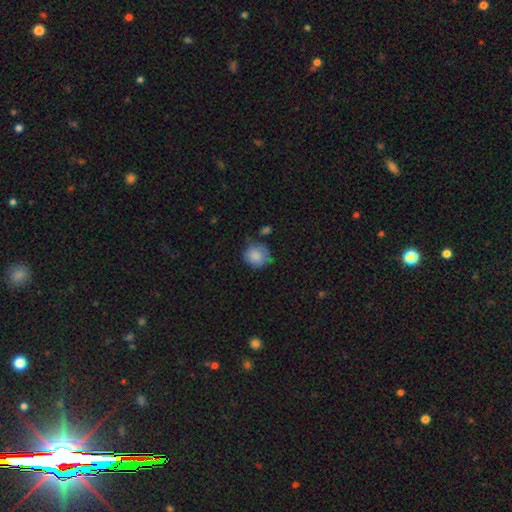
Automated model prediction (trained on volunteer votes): Smooth or featured? smooth (77%)
How rounded? round (78%)
Merging? none (52%)